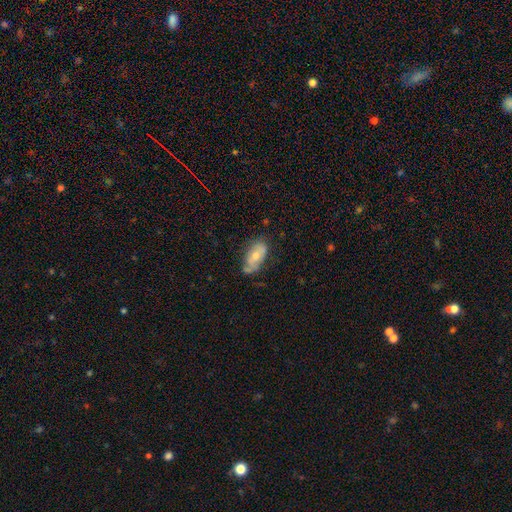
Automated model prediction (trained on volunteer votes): This appears to be a smooth galaxy with no disk features (49%). Merging: none (53%).